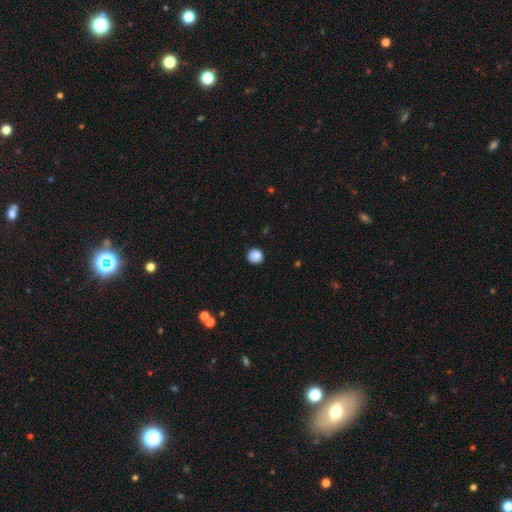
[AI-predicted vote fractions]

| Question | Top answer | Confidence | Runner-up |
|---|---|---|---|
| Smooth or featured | smooth | 87% | star or artifact (9%) |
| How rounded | round | 94% | in between (5%) |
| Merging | none | 92% | minor disturbance (6%) |